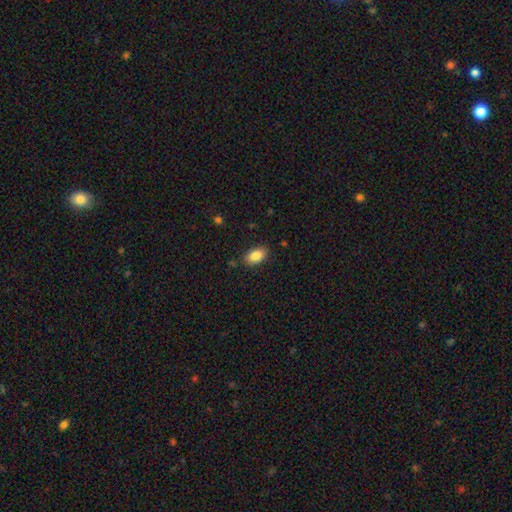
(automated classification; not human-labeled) smooth 85%, star or artifact 8%, featured or disk 7%. Down the decision tree: how rounded — in between (92%); merging — none (84%).